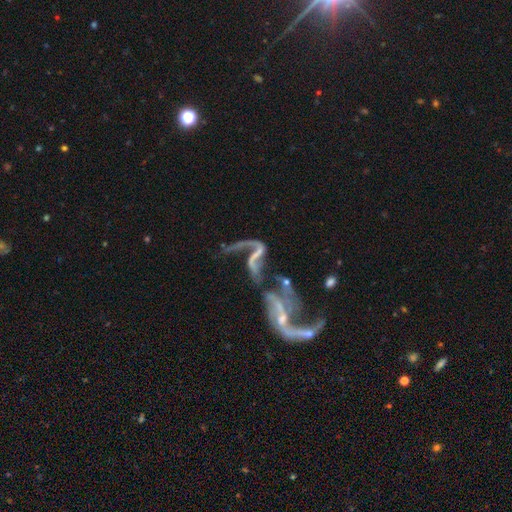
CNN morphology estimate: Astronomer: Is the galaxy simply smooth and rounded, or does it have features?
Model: featured or disk — 78%.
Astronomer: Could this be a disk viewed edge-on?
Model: no — 95%.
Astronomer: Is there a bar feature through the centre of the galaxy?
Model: no — 41% (runner-up: weak, 32%).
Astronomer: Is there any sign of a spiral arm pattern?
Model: yes — 75%.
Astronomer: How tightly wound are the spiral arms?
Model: loose — 87%.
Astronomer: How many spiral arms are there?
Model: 2 — 68%.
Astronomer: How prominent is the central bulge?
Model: none — 57%.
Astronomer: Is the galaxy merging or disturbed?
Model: merger — 58%.